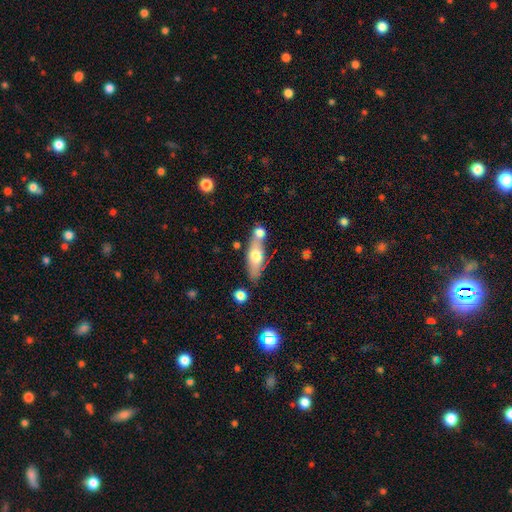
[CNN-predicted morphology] smooth-or-featured: smooth: 59% | featured or disk: 35% | star or artifact: 6%
  how-rounded: in between: 53% | cigar-shaped: 43% | round: 5%
  merging: none: 53% | merger: 29% | minor disturbance: 13% | major disturbance: 4%